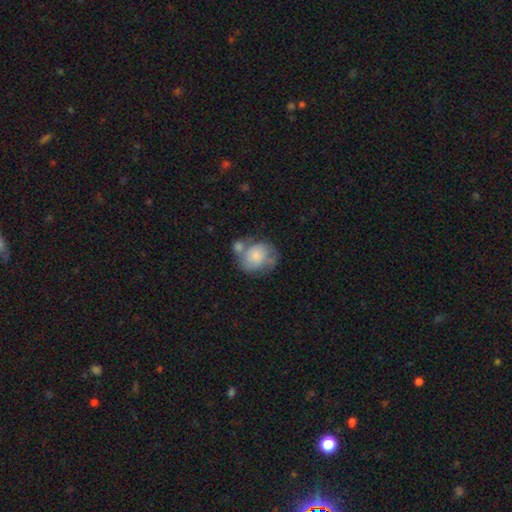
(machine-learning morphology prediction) Smooth or featured? smooth (55%)
How rounded? round (67%)
Merging? none (35%)